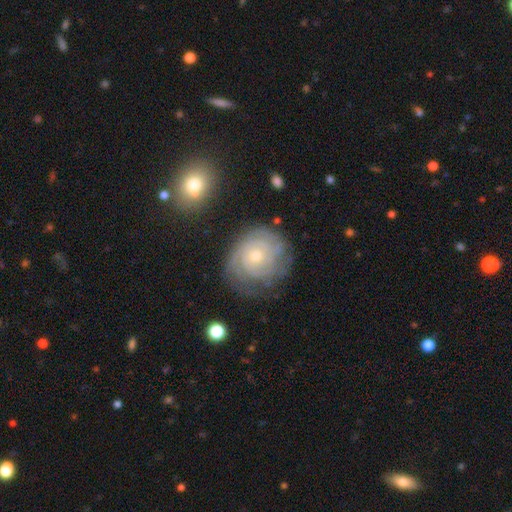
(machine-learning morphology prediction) type=featured or disk (77%); edge-on=no (97%); bar=no (78%); spiral arms=yes (92%); winding=tight (75%); arm count=can't tell (44%); bulge=small (58%); merging=none (68%).